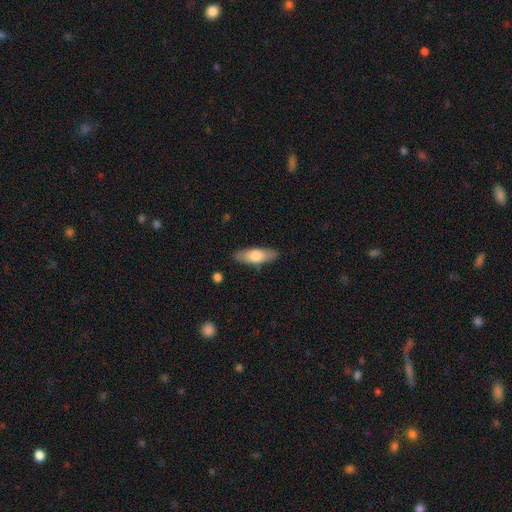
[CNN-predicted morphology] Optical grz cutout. It shows a smooth galaxy with no disk features (69%) that is in between round and cigar-shaped (60%). Merging: none (86%).